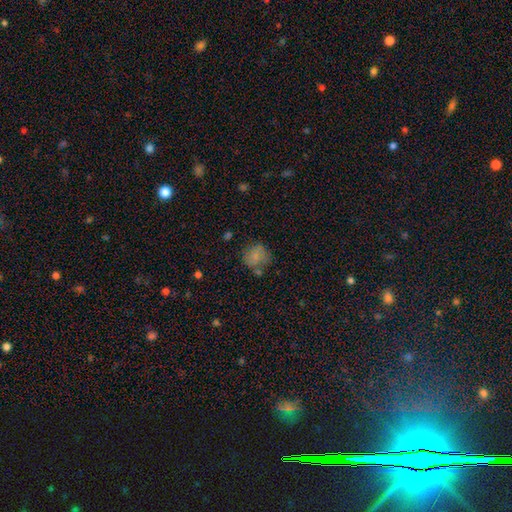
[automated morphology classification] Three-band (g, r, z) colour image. It shows a smooth galaxy with no disk features (74%) that is round (80%). Merging: none (61%).